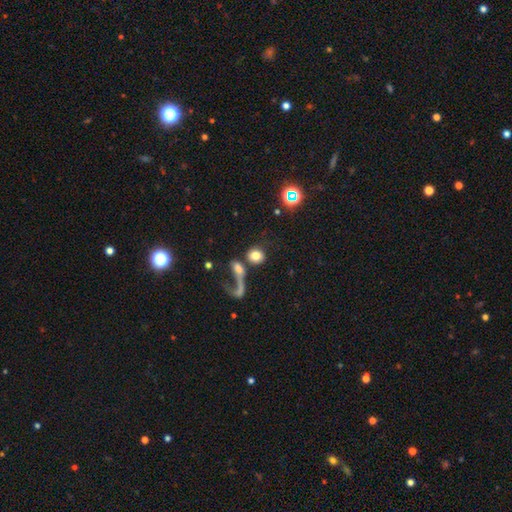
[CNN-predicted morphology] type=smooth (75%); roundness=round (73%); merging=none (43%).